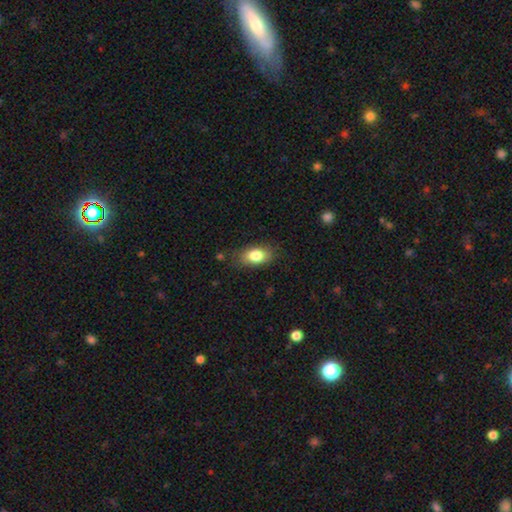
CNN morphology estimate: smooth 81%, featured or disk 11%, star or artifact 8%. Down the decision tree: how rounded — in between (87%); merging — none (77%).